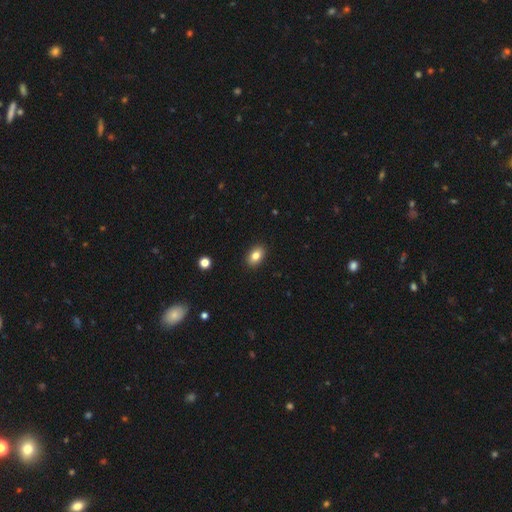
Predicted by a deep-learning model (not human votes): Morphology: type=smooth (83%); roundness=in between (84%); merging=none (90%).